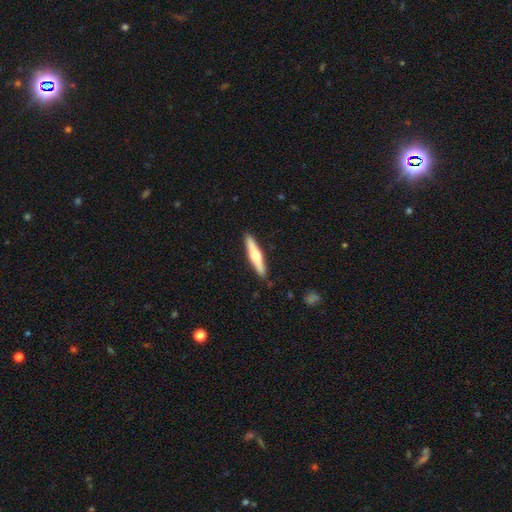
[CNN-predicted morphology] Smooth or featured?
  - featured or disk: 54% *
  - smooth: 41%
  - star or artifact: 5%
Edge-on disk?
  - yes: 95% *
  - no: 5%
Edge-on bulge?
  - rounded: 91% *
  - none: 5%
  - boxy: 4%
Merging?
  - none: 90% *
  - minor disturbance: 8%
  - major disturbance: 1%
  - merger: 1%